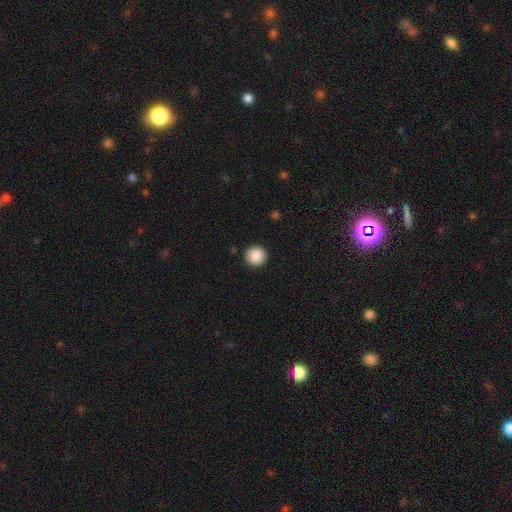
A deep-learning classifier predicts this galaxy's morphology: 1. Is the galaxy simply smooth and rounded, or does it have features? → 89% smooth, 9% star or artifact, 2% featured or disk.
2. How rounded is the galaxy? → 95% round, 4% in between, 1% cigar-shaped.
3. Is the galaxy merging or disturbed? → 92% none, 5% minor disturbance, 2% major disturbance, 1% merger.